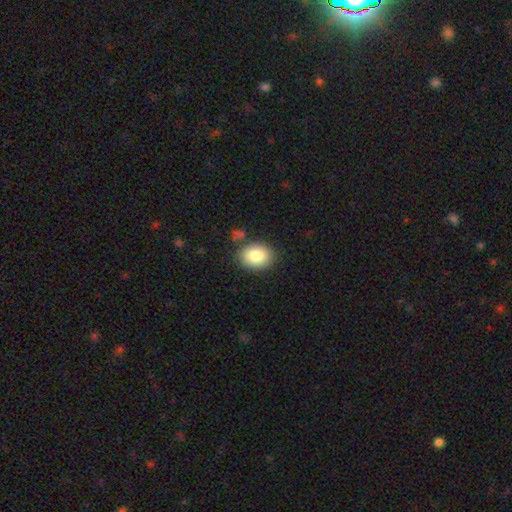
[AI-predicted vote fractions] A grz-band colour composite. It shows a smooth galaxy with no disk features (85%) that is in between round and cigar-shaped (67%). Merging: none (82%).